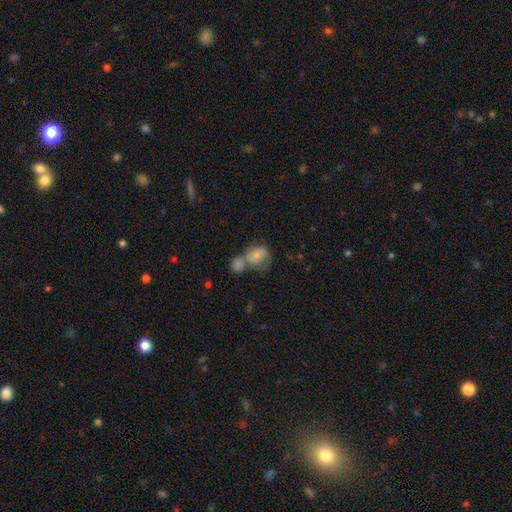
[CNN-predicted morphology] Smooth or featured: smooth — 63% (featured or disk — 29%)
How rounded: round — 50% (in between — 49%)
Merging: merger — 60% (none — 20%)